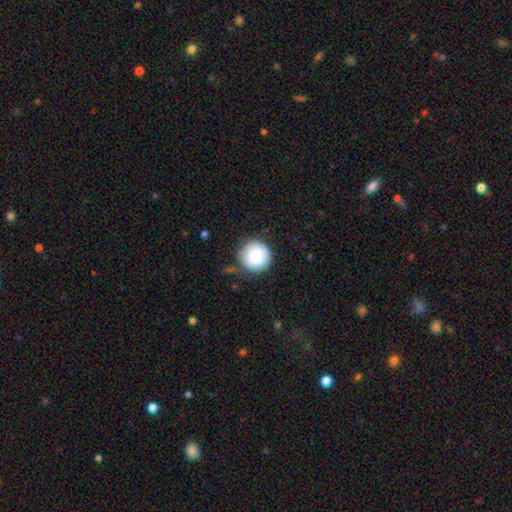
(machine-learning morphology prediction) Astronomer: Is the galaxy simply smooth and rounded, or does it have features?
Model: smooth — 76%.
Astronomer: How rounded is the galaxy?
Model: round — 95%.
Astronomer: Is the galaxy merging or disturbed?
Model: none — 75%.